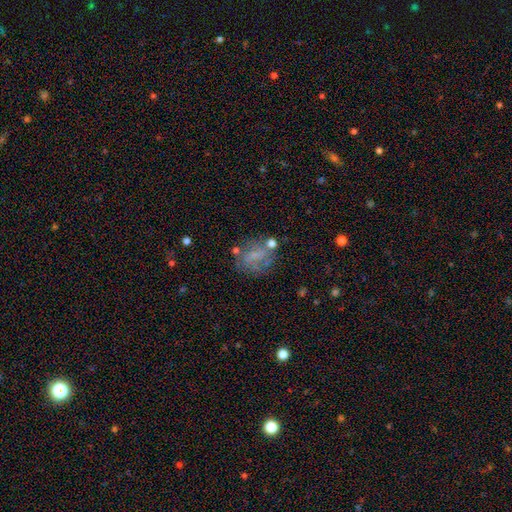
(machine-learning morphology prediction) Overall: smooth (46%; featured or disk 40%). Merging: none (54%; minor disturbance 21%).